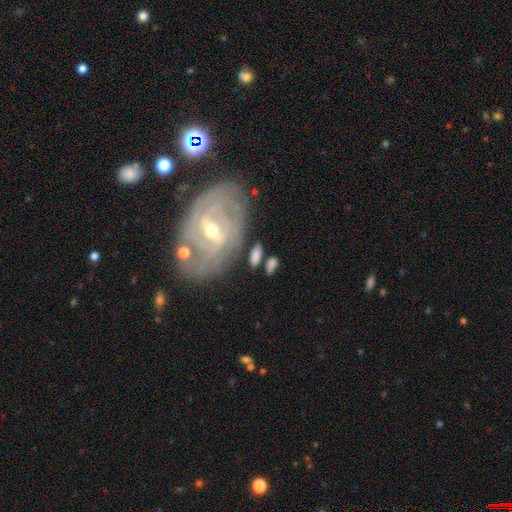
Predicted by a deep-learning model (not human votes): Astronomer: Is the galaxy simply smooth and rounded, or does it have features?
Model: smooth — 56% (runner-up: featured or disk, 37%).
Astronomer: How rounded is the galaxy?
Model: in between — 77%.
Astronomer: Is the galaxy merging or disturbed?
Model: none — 70%.